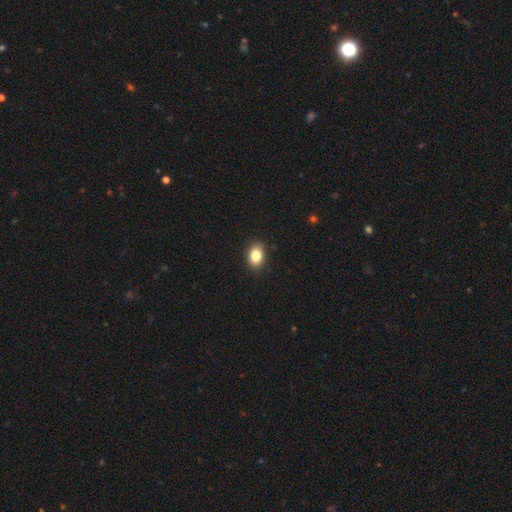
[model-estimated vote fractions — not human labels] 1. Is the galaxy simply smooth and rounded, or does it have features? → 85% smooth, 9% star or artifact, 6% featured or disk.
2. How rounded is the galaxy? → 79% in between, 19% round, 1% cigar-shaped.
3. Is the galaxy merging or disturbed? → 87% none, 10% minor disturbance, 2% major disturbance, 1% merger.